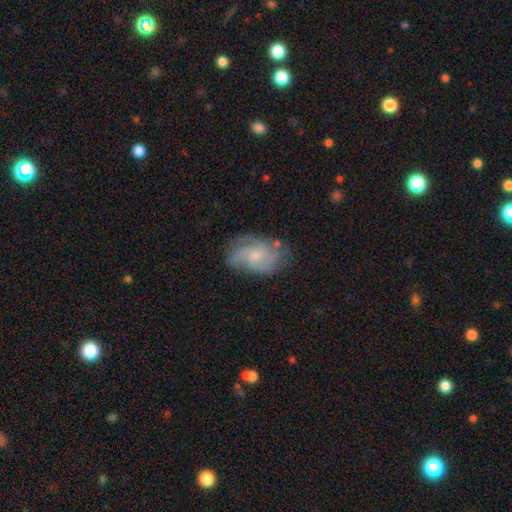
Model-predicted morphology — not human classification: Smooth or featured?
  - featured or disk: 71% *
  - smooth: 22%
  - star or artifact: 7%
Edge-on disk?
  - no: 97% *
  - yes: 3%
Bar?
  - no: 71% *
  - weak: 26%
  - strong: 3%
Spiral arms?
  - yes: 89% *
  - no: 11%
Spiral winding?
  - medium: 45% *
  - tight: 31%
  - loose: 24%
Spiral arm count?
  - 3: 30% *
  - can't tell: 27%
  - 2: 20%
  - 4: 12%
  - 1: 5%
  - more than 4: 5%
Bulge size?
  - small: 58% *
  - moderate: 31%
  - none: 8%
  - large: 2%
  - dominant: 1%
Merging?
  - none: 62% *
  - minor disturbance: 25%
  - major disturbance: 11%
  - merger: 2%